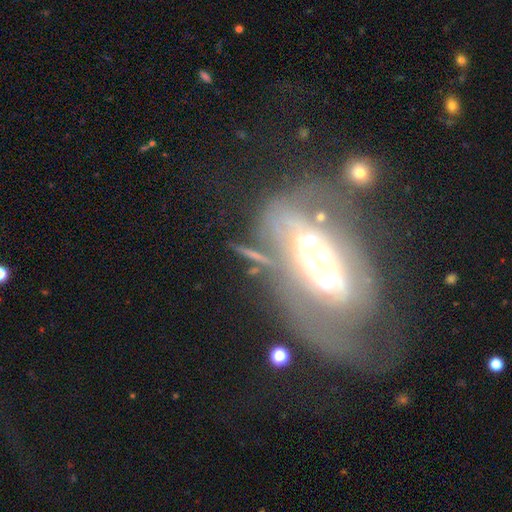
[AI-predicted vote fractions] Q: Smooth or featured?
A: featured or disk (54%); runner-up: smooth (30%)
Q: Edge-on disk?
A: yes (59%); runner-up: no (41%)
Q: Merging?
A: none (67%); runner-up: minor disturbance (13%)